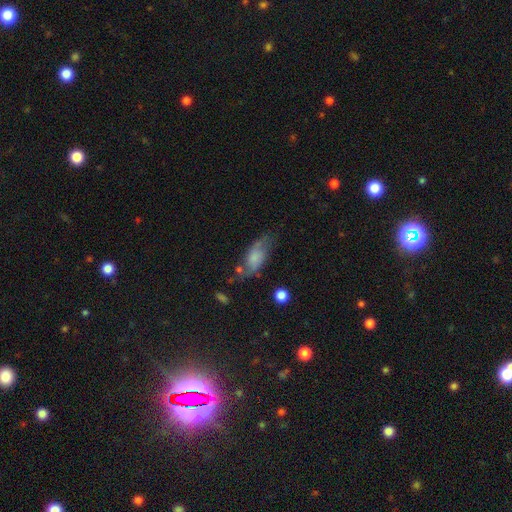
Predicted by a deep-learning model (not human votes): Morphology: type=smooth (56%); roundness=in between (83%); merging=none (52%).